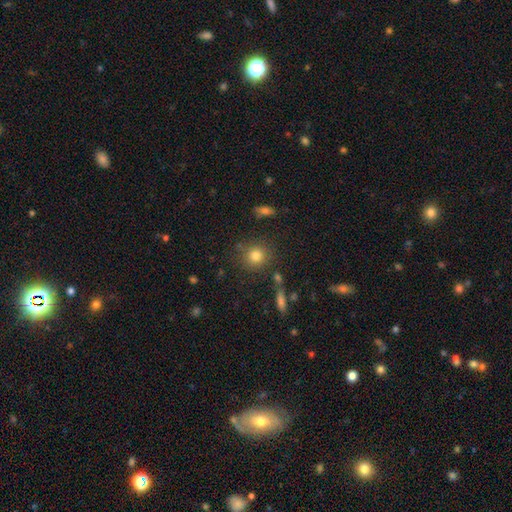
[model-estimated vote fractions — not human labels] Smooth or featured? smooth (79%)
How rounded? round (87%)
Merging? none (79%)